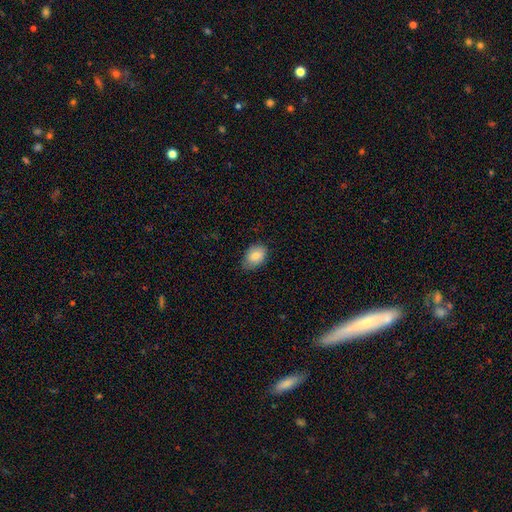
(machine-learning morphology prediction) Q: Smooth or featured?
A: smooth (84%); runner-up: featured or disk (9%)
Q: How rounded?
A: in between (82%); runner-up: round (17%)
Q: Merging?
A: none (75%); runner-up: minor disturbance (21%)